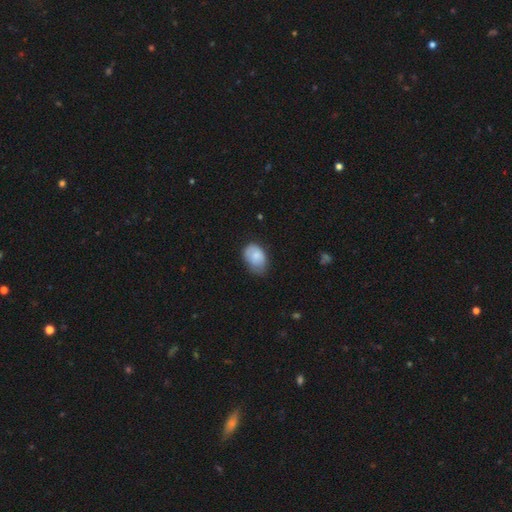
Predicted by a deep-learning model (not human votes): Smooth or featured? Predicted: smooth (p=0.81). How rounded? Predicted: in between (p=0.84). Merging? Predicted: none (p=0.49).